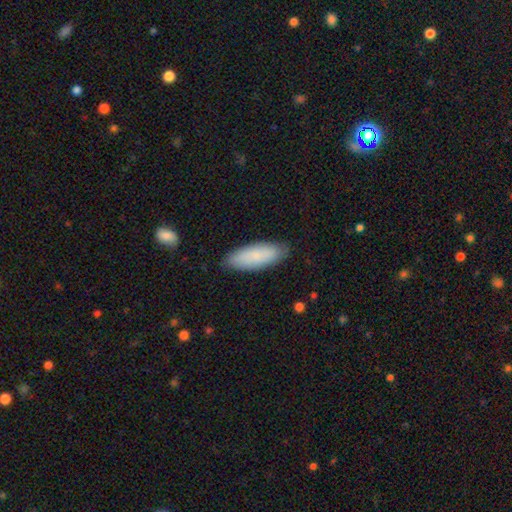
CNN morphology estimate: Smooth or featured? Predicted: smooth (p=0.84). How rounded? Predicted: in between (p=0.67). Merging? Predicted: none (p=0.85).